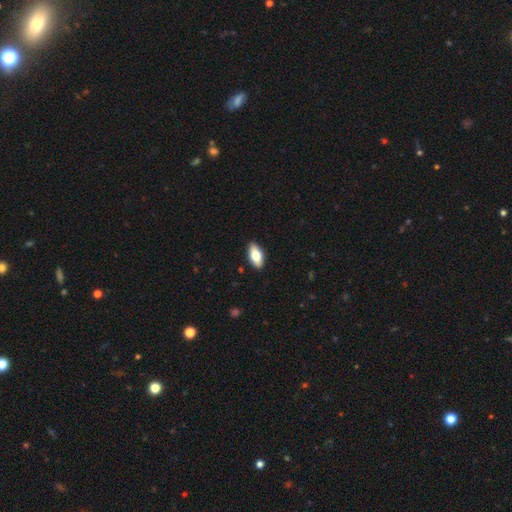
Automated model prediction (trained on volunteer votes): The model was most divided on "smooth or featured": smooth: 70%, featured or disk: 24%, star or artifact: 6%. More confident: merging — none (89%); how rounded — in between (86%).